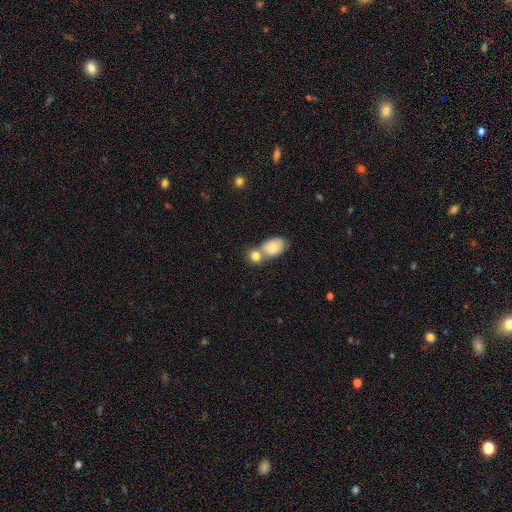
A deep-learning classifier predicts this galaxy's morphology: Smooth or featured: smooth — 81% (featured or disk — 12%)
How rounded: in between — 56% (round — 42%)
Merging: merger — 60% (none — 30%)